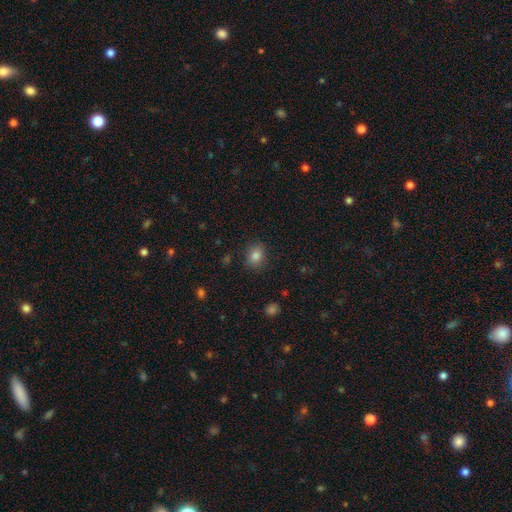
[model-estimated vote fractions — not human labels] A smooth galaxy with no disk features (83%) that is round (57%). Merging: none (84%).